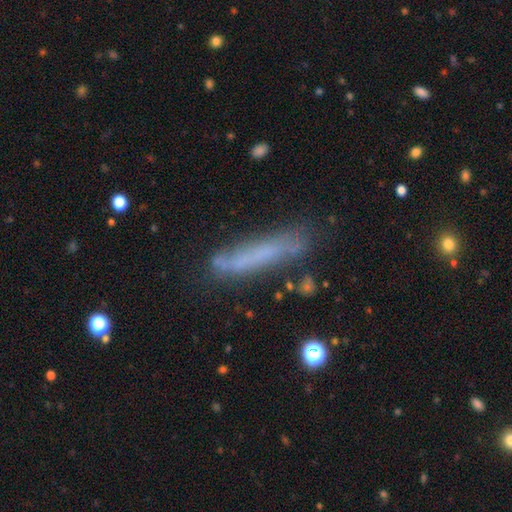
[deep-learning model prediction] A smooth galaxy with no disk features (55%) that is cigar-shaped (89%). Merging: none (68%).